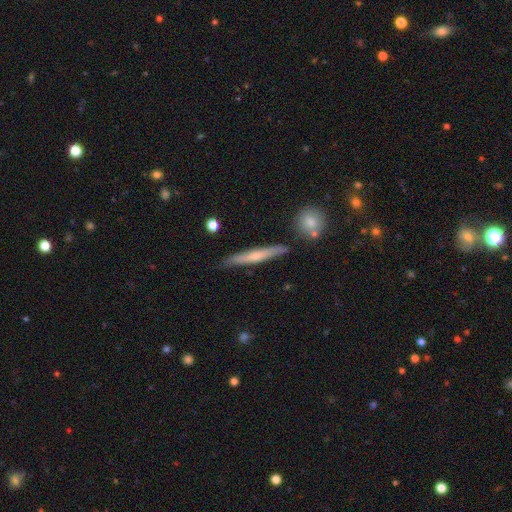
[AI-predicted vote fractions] smooth-or-featured: featured or disk: 49% | smooth: 45% | star or artifact: 6%
  merging: none: 85% | minor disturbance: 10% | merger: 3% | major disturbance: 2%